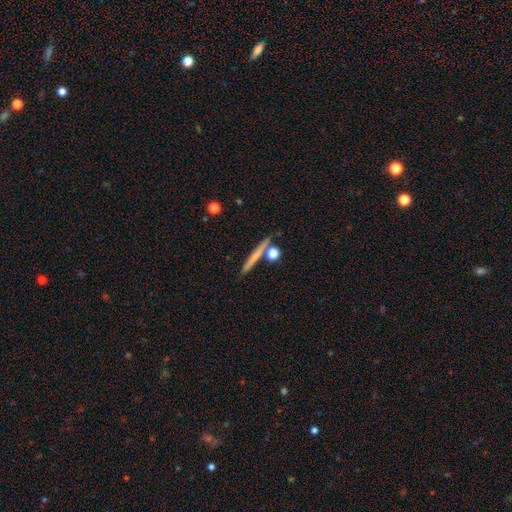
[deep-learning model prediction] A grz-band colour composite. It shows a smooth galaxy with no disk features (56%) that is cigar-shaped (87%). Merging: none (78%).